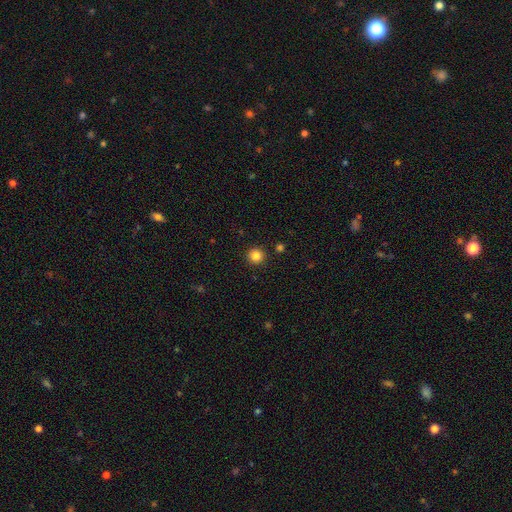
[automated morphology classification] A smooth galaxy with no disk features (84%) that is round (96%). Merging: none (92%).